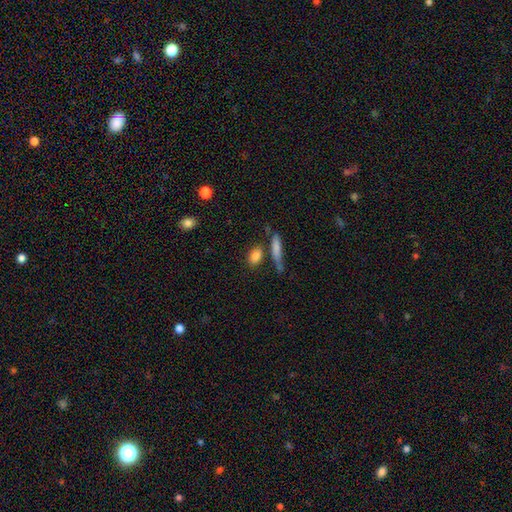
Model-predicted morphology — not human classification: smooth-or-featured: smooth: 83% | featured or disk: 9% | star or artifact: 8%
  how-rounded: in between: 71% | cigar-shaped: 16% | round: 13%
  merging: none: 69% | merger: 14% | minor disturbance: 13% | major disturbance: 5%